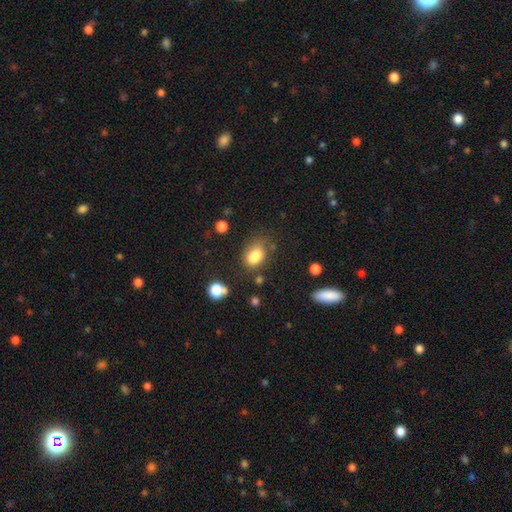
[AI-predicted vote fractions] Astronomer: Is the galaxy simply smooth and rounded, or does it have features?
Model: smooth — 82%.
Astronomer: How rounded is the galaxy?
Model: in between — 76%.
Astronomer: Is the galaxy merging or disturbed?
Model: none — 59%.